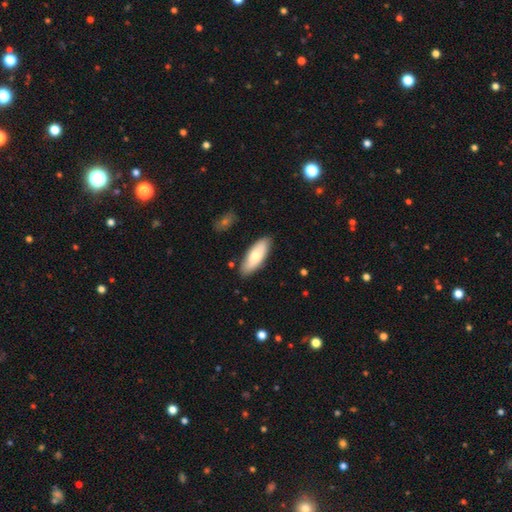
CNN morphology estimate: type=smooth (74%); roundness=in between (73%); merging=none (84%).